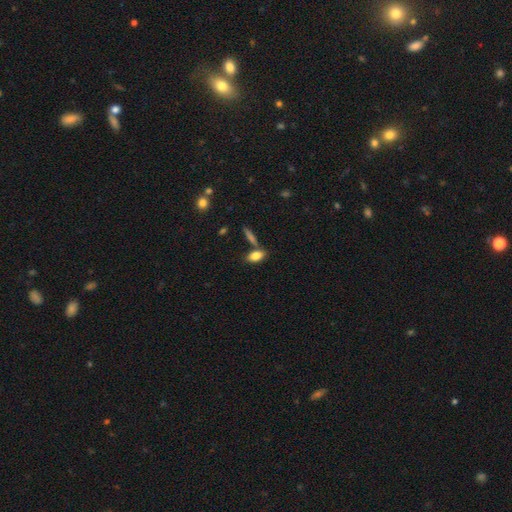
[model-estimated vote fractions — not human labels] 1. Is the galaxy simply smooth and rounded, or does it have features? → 82% smooth, 10% featured or disk, 8% star or artifact.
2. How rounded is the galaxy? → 86% in between, 9% cigar-shaped, 5% round.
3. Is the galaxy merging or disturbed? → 64% none, 20% merger, 12% minor disturbance, 4% major disturbance.